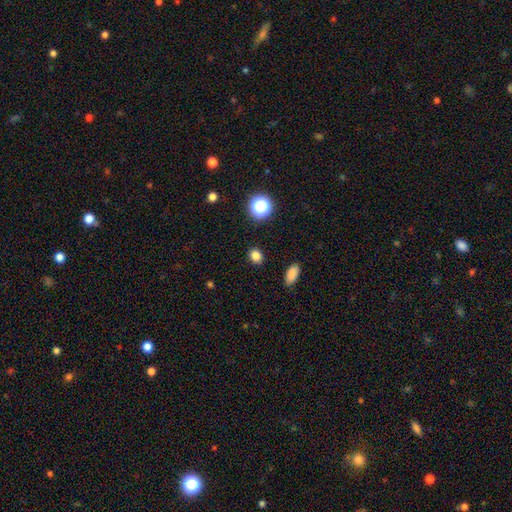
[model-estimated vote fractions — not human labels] The model was most divided on "how rounded": round: 50%, in between: 48%, cigar-shaped: 1%. More confident: merging — none (89%); smooth or featured — smooth (81%).